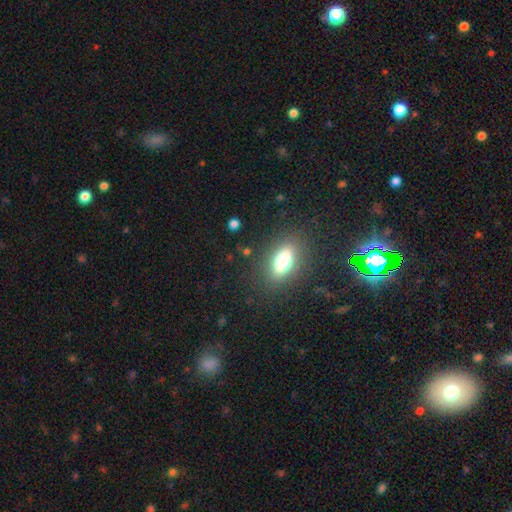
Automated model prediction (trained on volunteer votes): Q: Smooth or featured?
A: smooth (64%); runner-up: star or artifact (22%)
Q: How rounded?
A: in between (75%); runner-up: cigar-shaped (15%)
Q: Merging?
A: none (87%); runner-up: minor disturbance (8%)